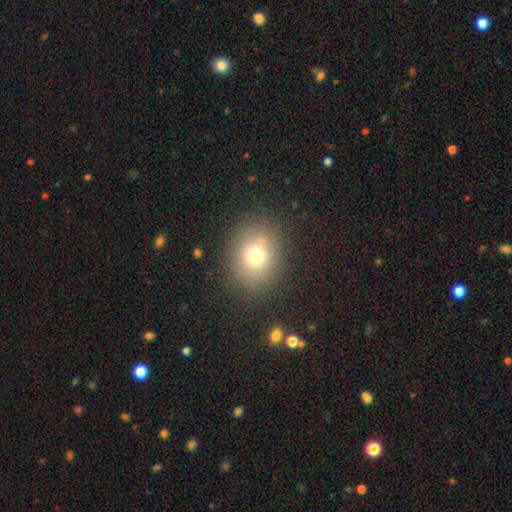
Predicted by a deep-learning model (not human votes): This appears to be a smooth galaxy with no disk features (73%) that is round (56%). Merging: none (83%).